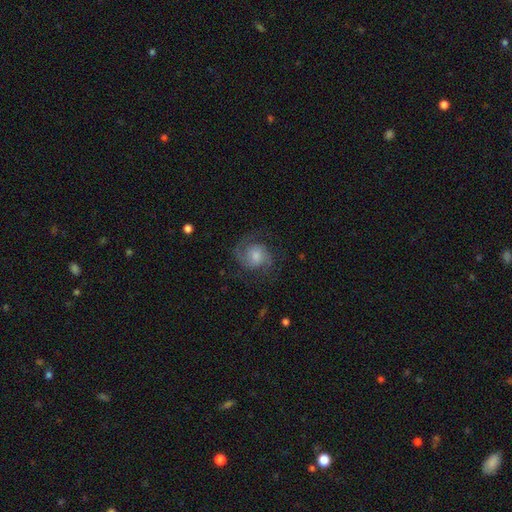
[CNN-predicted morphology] Smooth or featured? featured or disk (78%)
Edge-on disk? no (98%)
Bar? no (61%)
Spiral arms? yes (95%)
Spiral winding? medium (48%)
Spiral arm count? 2 (74%)
Bulge size? moderate (44%)
Merging? none (73%)